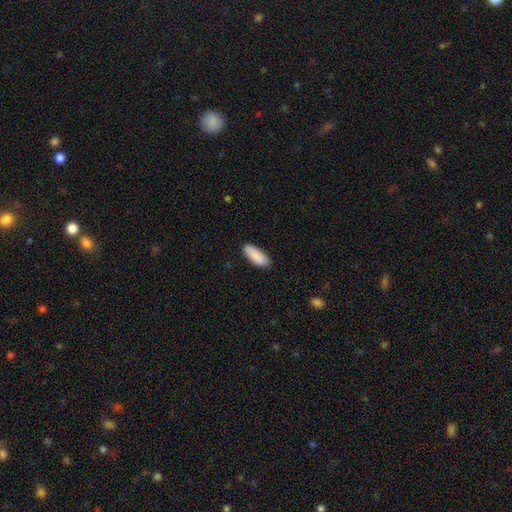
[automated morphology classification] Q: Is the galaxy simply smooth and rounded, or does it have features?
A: smooth — 90%.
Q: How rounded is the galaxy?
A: in between — 71%.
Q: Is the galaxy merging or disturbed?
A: none — 85%.